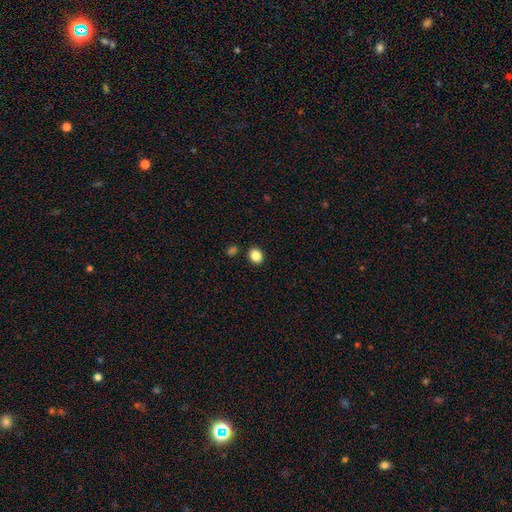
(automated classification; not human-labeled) Smooth or featured: smooth — 86% (star or artifact — 10%)
How rounded: round — 51% (in between — 48%)
Merging: none — 88% (minor disturbance — 7%)